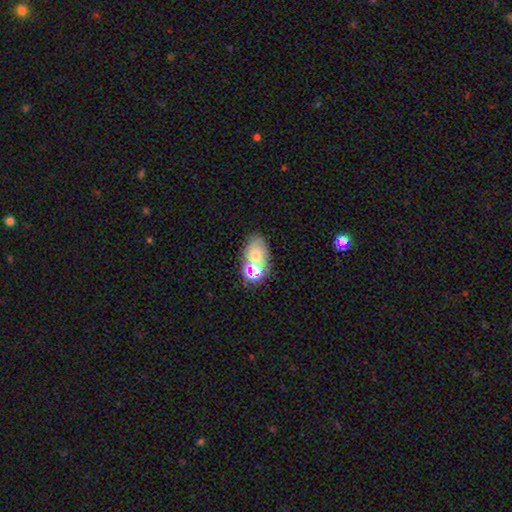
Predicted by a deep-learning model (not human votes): Smooth or featured: smooth — 61% (featured or disk — 22%)
How rounded: in between — 73% (round — 25%)
Merging: none — 45% (merger — 35%)